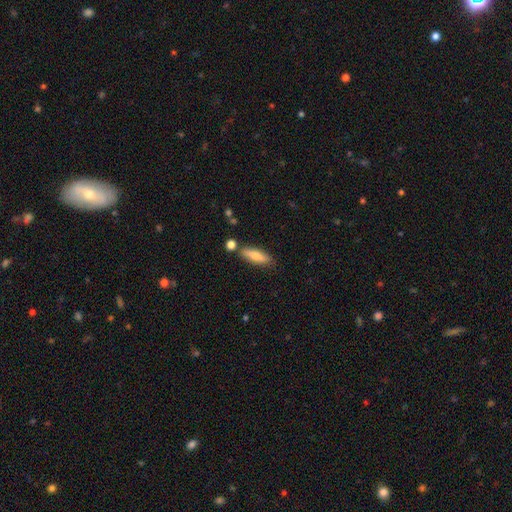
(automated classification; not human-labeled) Smooth or featured? Predicted: smooth (p=0.75). How rounded? Predicted: cigar-shaped (p=0.57). Merging? Predicted: none (p=0.78).